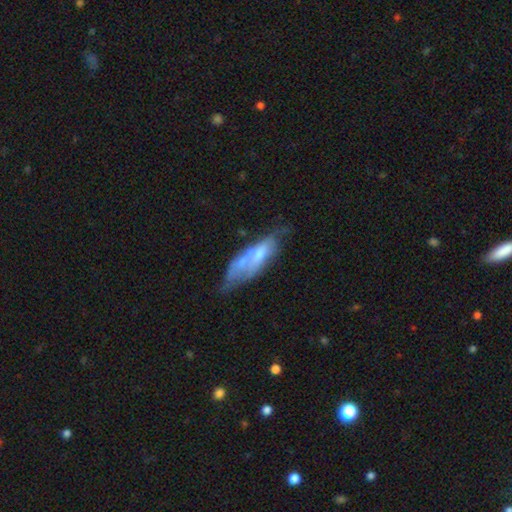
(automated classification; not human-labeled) A featured or disk galaxy (54%).

Vote fractions:
- Smooth or featured? featured or disk: 54% / smooth: 39% / star or artifact: 8%
- Edge-on disk? no: 78% / yes: 22%
- Merging? none: 32% / merger: 27% / minor disturbance: 24% / major disturbance: 17%